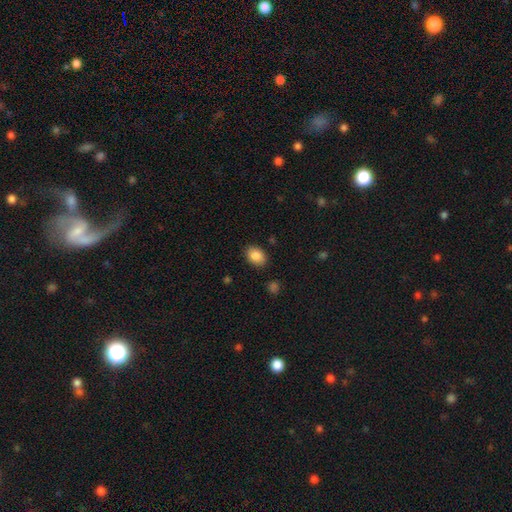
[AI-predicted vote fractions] A smooth galaxy with no disk features (88%) that is in between round and cigar-shaped (77%).

Vote fractions:
- Smooth or featured? smooth: 88% / star or artifact: 8% / featured or disk: 4%
- How rounded? in between: 77% / round: 22% / cigar-shaped: 1%
- Merging? none: 85% / minor disturbance: 10% / major disturbance: 3% / merger: 2%